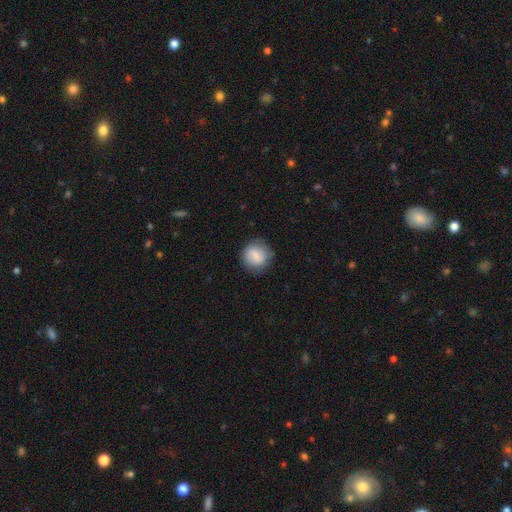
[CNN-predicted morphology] A smooth galaxy with no disk features (81%) that is round (85%). Merging: none (80%).